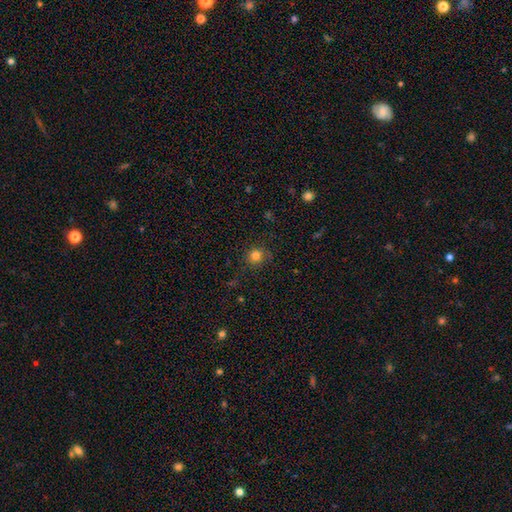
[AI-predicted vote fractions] smooth 82%, star or artifact 13%, featured or disk 5%. Down the decision tree: how rounded — round (91%); merging — none (84%).